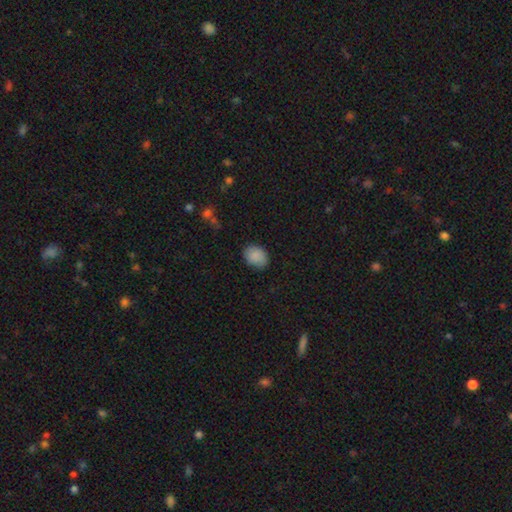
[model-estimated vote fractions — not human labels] This is clearly a smooth galaxy (88%). How rounded: likely in between (63%). Merging: clearly none (83%).